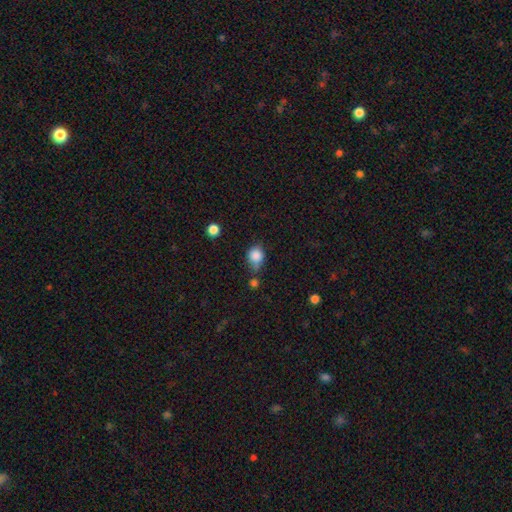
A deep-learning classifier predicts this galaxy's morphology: smooth-or-featured: smooth: 84% | star or artifact: 10% | featured or disk: 7%
  how-rounded: round: 70% | in between: 29% | cigar-shaped: 1%
  merging: none: 47% | minor disturbance: 28% | merger: 16% | major disturbance: 9%